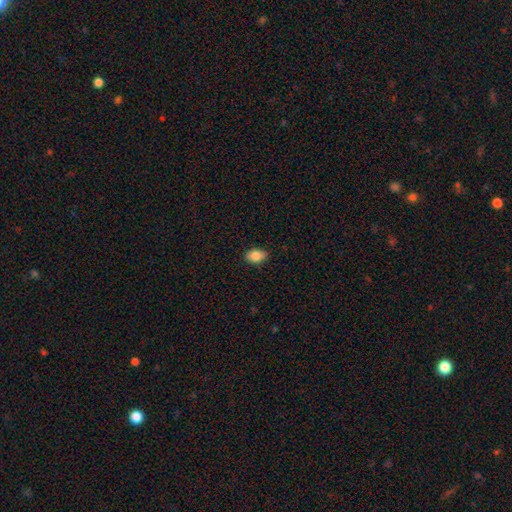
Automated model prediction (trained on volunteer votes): A smooth galaxy with no disk features (87%) that is in between round and cigar-shaped (87%). Merging: none (88%).